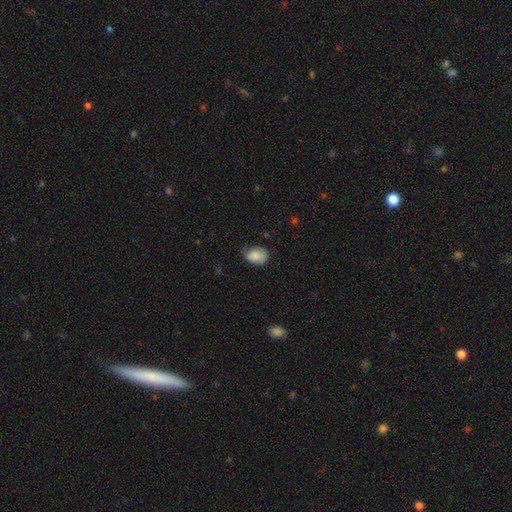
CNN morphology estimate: Overall: smooth (83%). How rounded: in between (70%). Merging: none (48%; minor disturbance 39%).